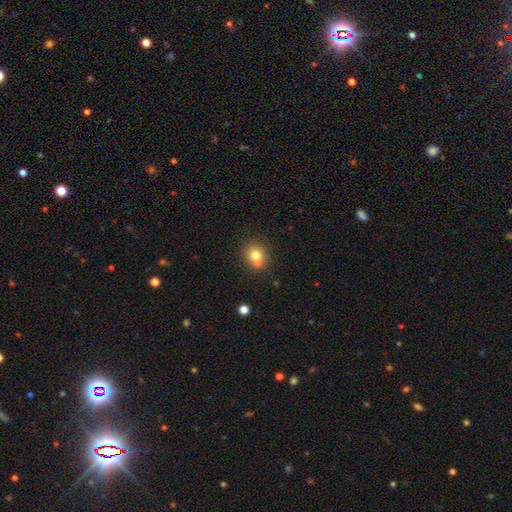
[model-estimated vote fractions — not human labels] A smooth galaxy with no disk features (76%) that is round (83%). Merging: none (64%).